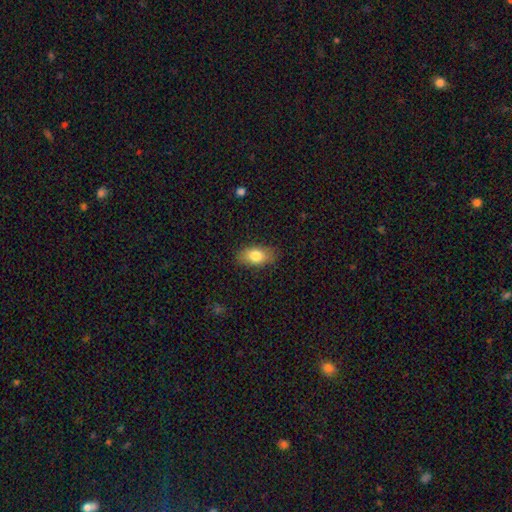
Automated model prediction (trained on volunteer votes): Overall: smooth (79%). How rounded: in between (88%). Merging: none (84%).